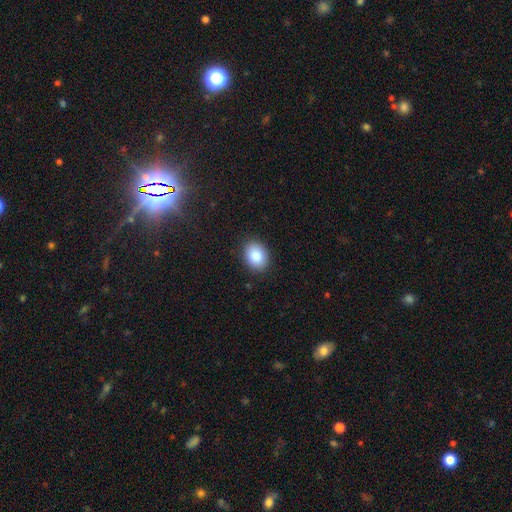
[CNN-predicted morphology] Q: Smooth or featured?
A: smooth (85%); runner-up: star or artifact (8%)
Q: How rounded?
A: in between (58%); runner-up: round (41%)
Q: Merging?
A: none (89%); runner-up: minor disturbance (8%)